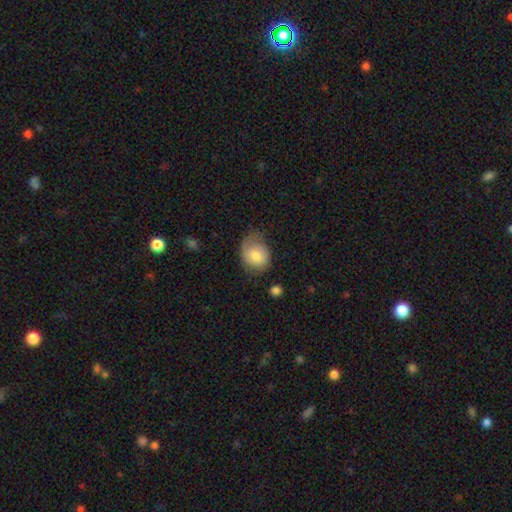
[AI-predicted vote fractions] Q: Smooth or featured?
A: smooth (70%); runner-up: featured or disk (23%)
Q: How rounded?
A: round (50%); runner-up: in between (49%)
Q: Merging?
A: none (42%); runner-up: minor disturbance (37%)